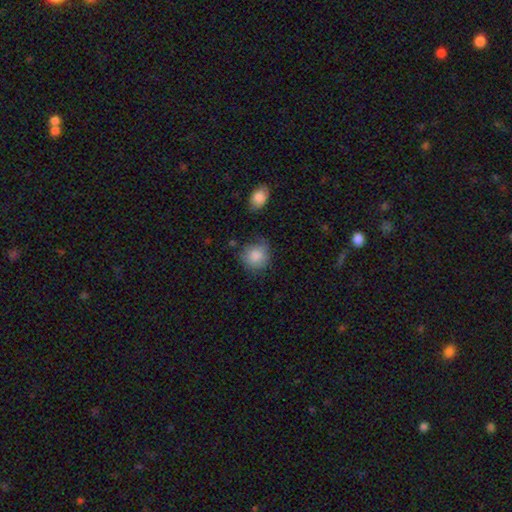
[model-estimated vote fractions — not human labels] Smooth or featured? Predicted: smooth (p=0.86). How rounded? Predicted: round (p=0.85). Merging? Predicted: none (p=0.65).